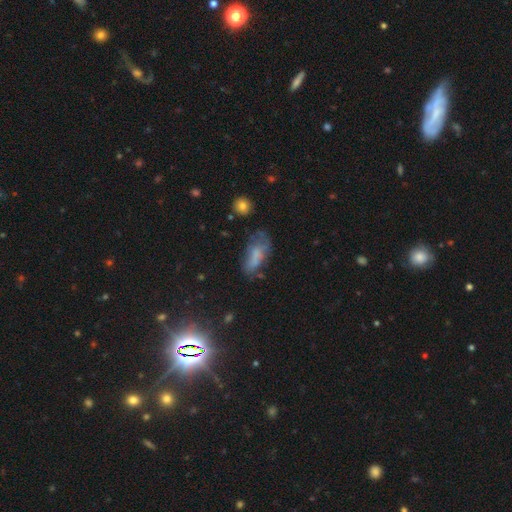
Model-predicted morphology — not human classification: Smooth or featured?
  - smooth: 61% *
  - featured or disk: 26%
  - star or artifact: 13%
How rounded?
  - in between: 83% *
  - cigar-shaped: 13%
  - round: 4%
Merging?
  - none: 40% *
  - minor disturbance: 30%
  - major disturbance: 25%
  - merger: 6%